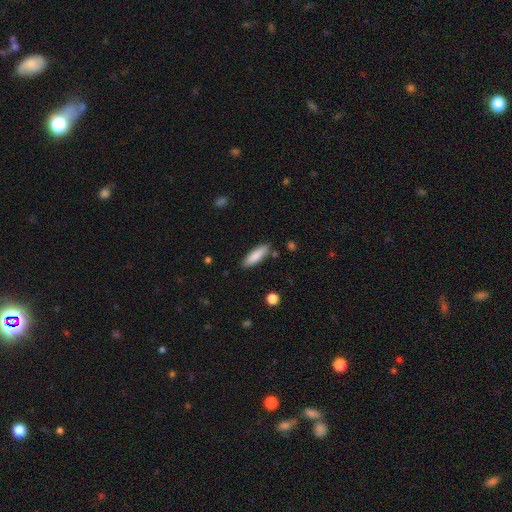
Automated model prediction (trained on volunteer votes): A smooth galaxy with no disk features (85%) that is cigar-shaped (56%).

Vote fractions:
- Smooth or featured? smooth: 85% / featured or disk: 9% / star or artifact: 6%
- How rounded? cigar-shaped: 56% / in between: 42% / round: 1%
- Merging? none: 85% / minor disturbance: 10% / merger: 2% / major disturbance: 2%